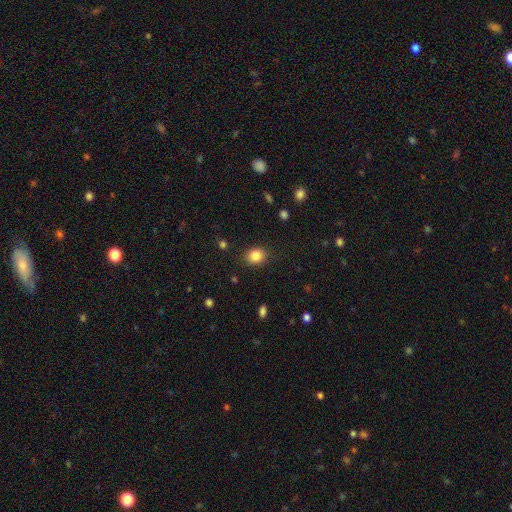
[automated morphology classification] Smooth or featured: smooth — 84% (star or artifact — 10%)
How rounded: round — 59% (in between — 40%)
Merging: none — 87% (minor disturbance — 9%)